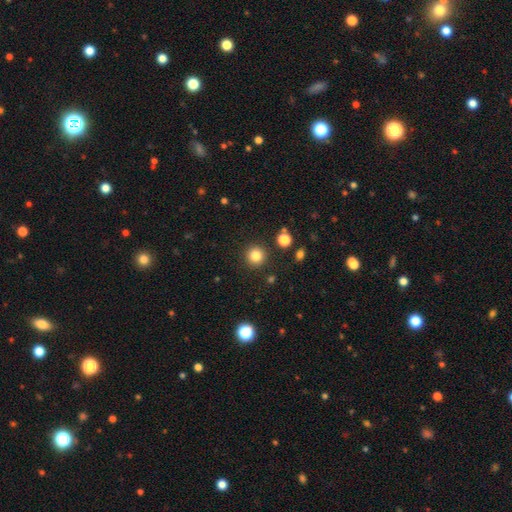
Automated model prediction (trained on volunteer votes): This is clearly a smooth galaxy (83%). How rounded: clearly round (95%). Merging: clearly none (90%).